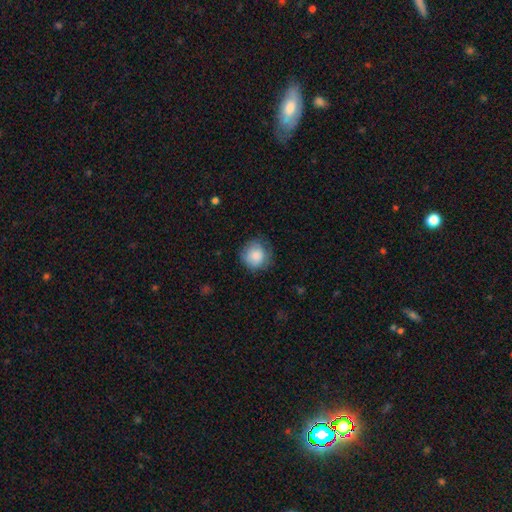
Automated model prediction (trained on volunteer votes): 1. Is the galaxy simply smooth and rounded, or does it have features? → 85% smooth, 8% featured or disk, 7% star or artifact.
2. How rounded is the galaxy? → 89% round, 10% in between, 1% cigar-shaped.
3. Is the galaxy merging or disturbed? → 72% none, 21% minor disturbance, 6% major disturbance, 1% merger.